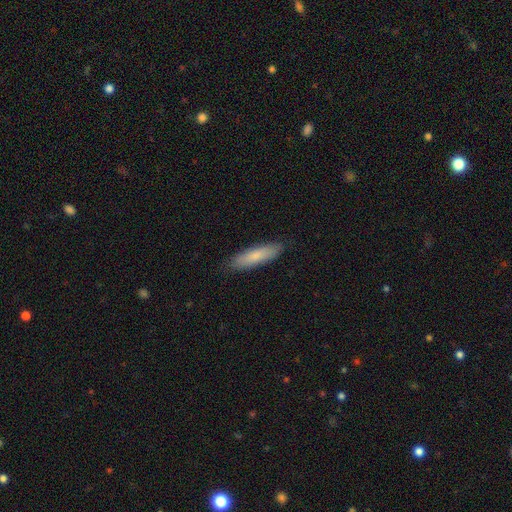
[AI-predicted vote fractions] Overall: smooth (80%). How rounded: cigar-shaped (71%). Merging: none (87%).